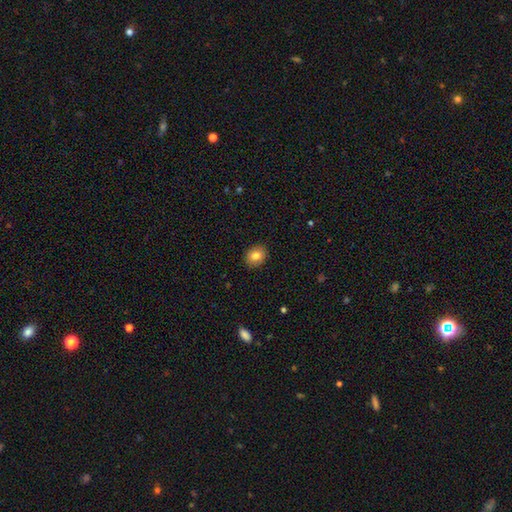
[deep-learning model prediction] The model was most divided on "how rounded": round: 54%, in between: 45%, cigar-shaped: 1%. More confident: merging — none (90%); smooth or featured — smooth (82%).